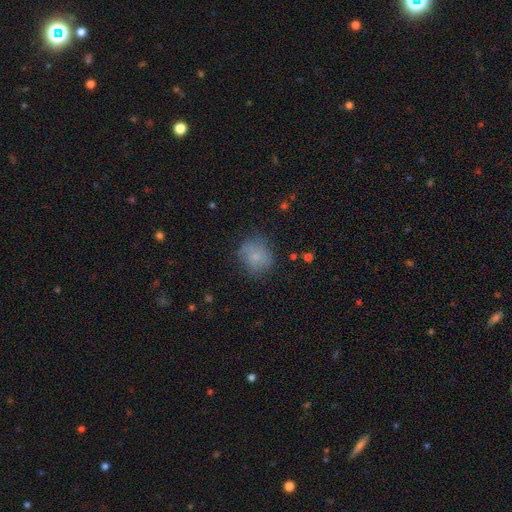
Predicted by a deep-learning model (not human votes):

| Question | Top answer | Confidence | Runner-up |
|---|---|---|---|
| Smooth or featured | smooth | 73% | featured or disk (17%) |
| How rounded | round | 71% | in between (28%) |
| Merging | none | 69% | minor disturbance (21%) |